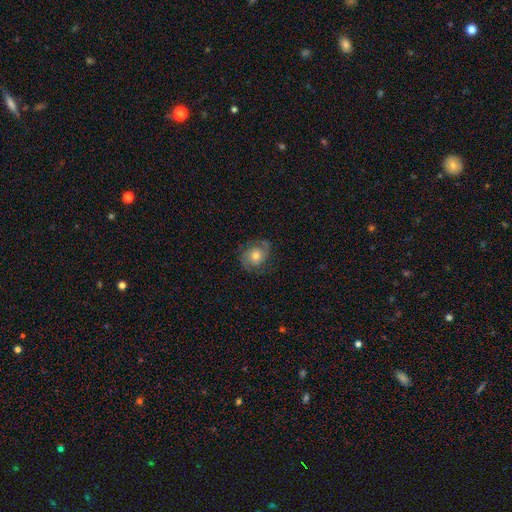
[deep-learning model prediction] Smooth or featured? Predicted: featured or disk (p=0.54). Edge-on disk? Predicted: no (p=0.97). Bar? Predicted: no (p=0.77). Spiral arms? Predicted: yes (p=0.85). Bulge size? Predicted: moderate (p=0.64). Merging? Predicted: none (p=0.73).